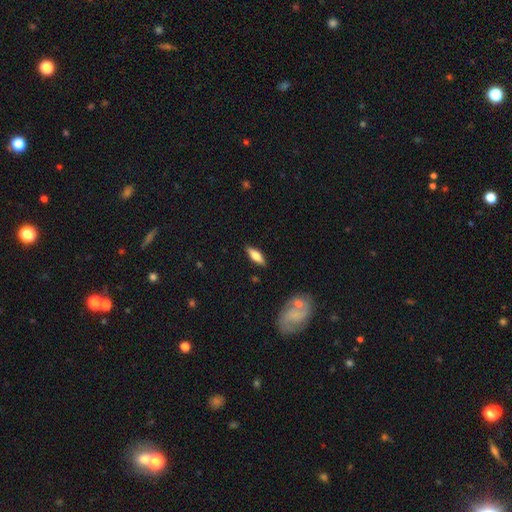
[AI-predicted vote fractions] This is likely a smooth galaxy (62%). How rounded: possibly in between (58%). Merging: clearly none (87%).